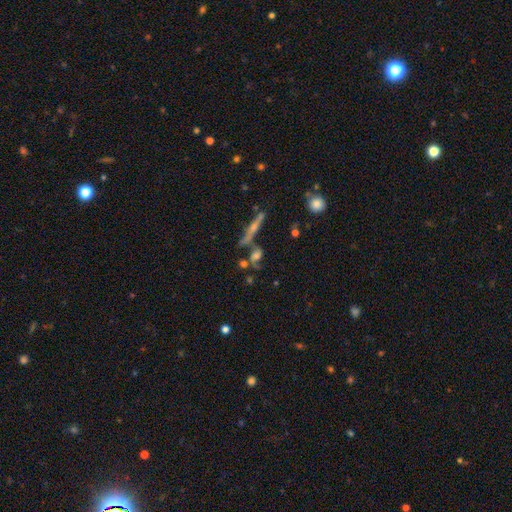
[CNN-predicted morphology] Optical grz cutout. It shows a featured or disk galaxy (51%). Merging: none (46%).